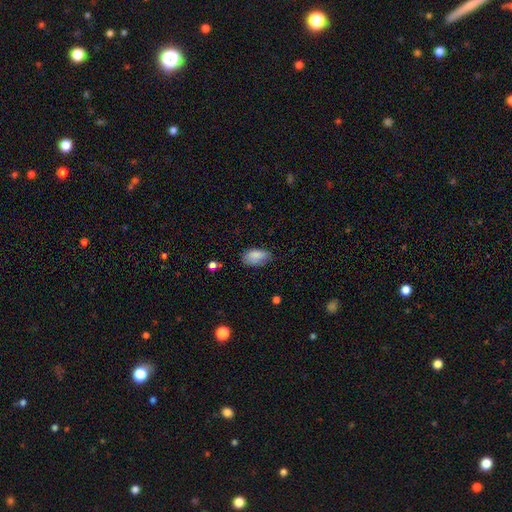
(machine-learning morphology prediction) This is clearly a smooth galaxy (86%). How rounded: clearly in between (93%). Merging: likely none (68%).